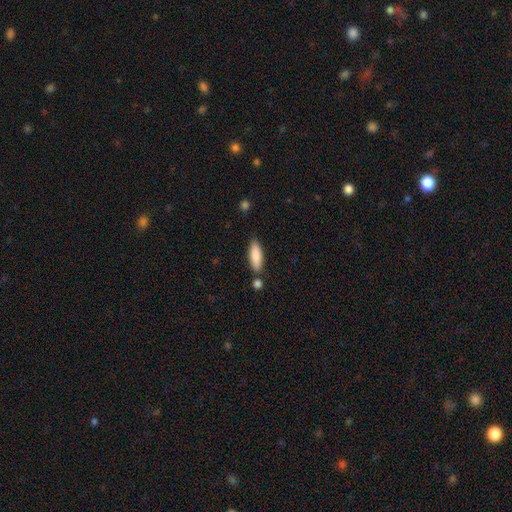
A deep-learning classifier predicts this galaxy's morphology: smooth-or-featured: smooth: 87% | featured or disk: 7% | star or artifact: 6%
  how-rounded: in between: 60% | cigar-shaped: 38% | round: 2%
  merging: none: 76% | minor disturbance: 13% | merger: 8% | major disturbance: 3%